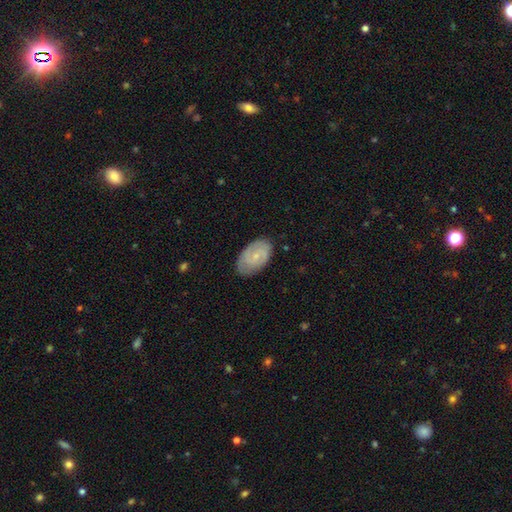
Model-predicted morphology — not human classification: A featured or disk galaxy (52%). Merging: none (78%).